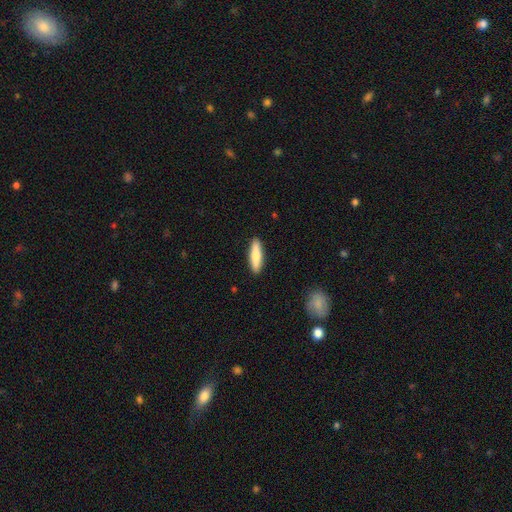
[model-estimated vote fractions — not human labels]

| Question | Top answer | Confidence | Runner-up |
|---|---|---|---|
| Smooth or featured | smooth | 70% | featured or disk (25%) |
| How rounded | cigar-shaped | 72% | in between (26%) |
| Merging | none | 90% | minor disturbance (7%) |